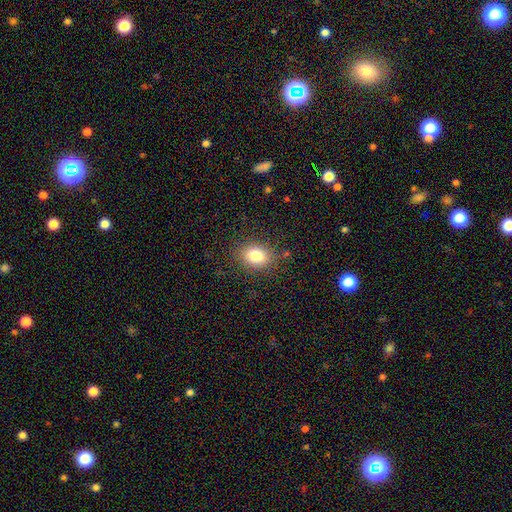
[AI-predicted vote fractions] This is clearly a smooth galaxy (80%). How rounded: likely in between (64%). Merging: clearly none (83%).